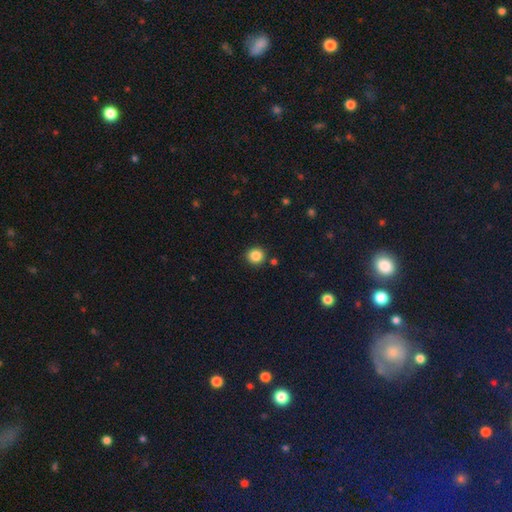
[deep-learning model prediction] Smooth or featured: smooth — 86% (star or artifact — 11%)
How rounded: round — 92% (in between — 7%)
Merging: none — 88% (minor disturbance — 7%)